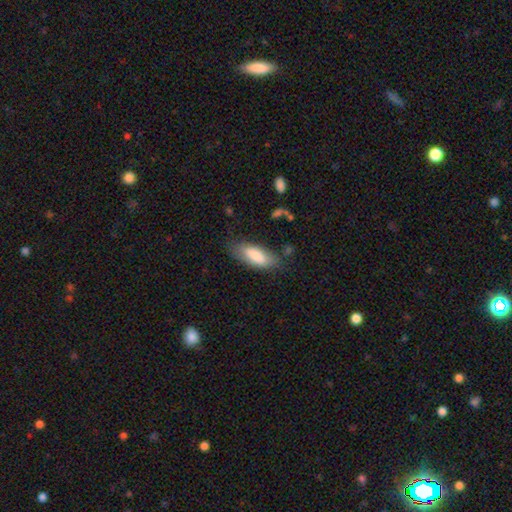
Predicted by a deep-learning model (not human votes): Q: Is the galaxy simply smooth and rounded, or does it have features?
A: smooth — 83%.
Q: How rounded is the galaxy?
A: in between — 77%.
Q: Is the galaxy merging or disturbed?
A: none — 66%.